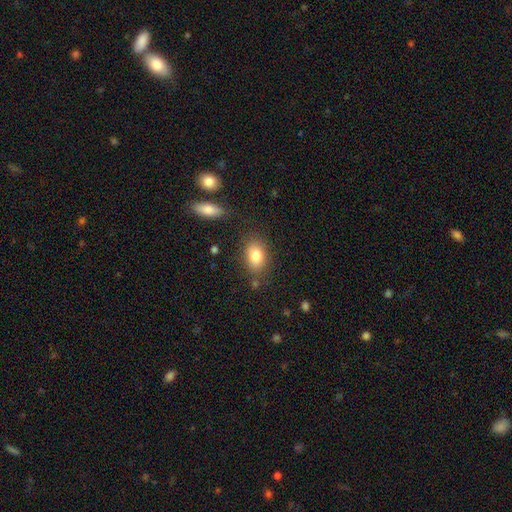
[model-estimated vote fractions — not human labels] The model was most divided on "how rounded": in between: 81%, round: 17%, cigar-shaped: 2%. More confident: smooth or featured — smooth (82%); merging — none (78%).